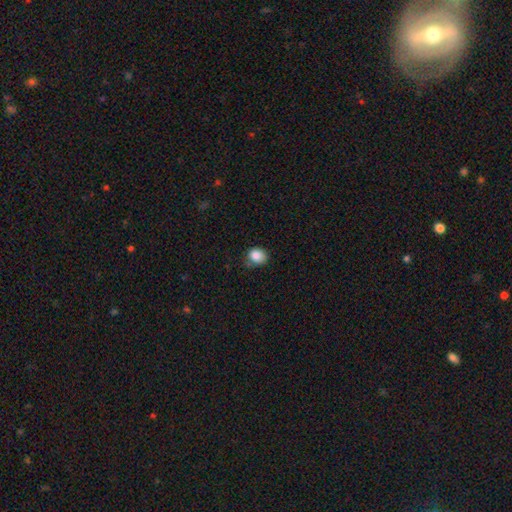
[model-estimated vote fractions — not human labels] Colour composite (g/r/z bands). It shows a smooth galaxy with no disk features (85%) that is round (70%). Merging: none (67%).